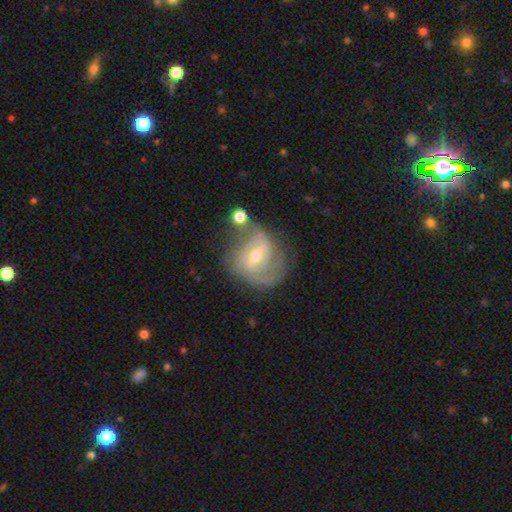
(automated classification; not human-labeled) This is clearly a featured or disk galaxy (81%). It is clearly not viewed edge-on (97%). Bar: possibly weak (51%). Spiral arm pattern: clearly yes (91%). Spiral arm count: possibly 2 (55%). Spiral winding: marginally medium (43%). Central bulge: possibly moderate (58%). Merging: possibly none (57%).